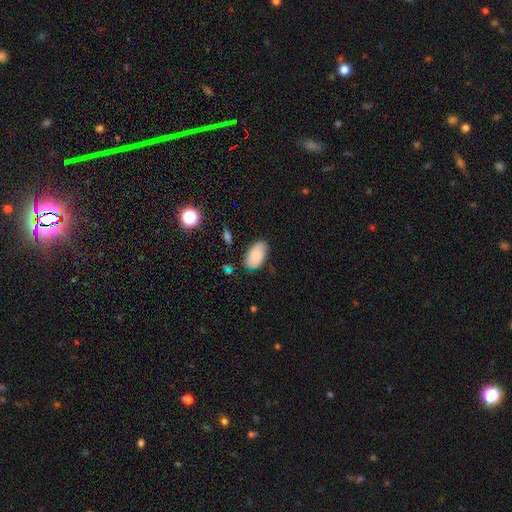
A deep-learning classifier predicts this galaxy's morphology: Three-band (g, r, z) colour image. It shows a smooth galaxy with no disk features (83%) that is in between round and cigar-shaped (94%). Merging: none (73%).